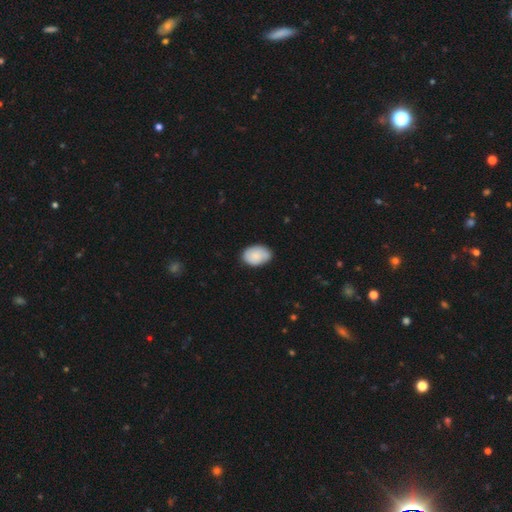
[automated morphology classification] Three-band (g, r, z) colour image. It shows a smooth galaxy with no disk features (83%) that is in between round and cigar-shaped (85%). Merging: none (70%).